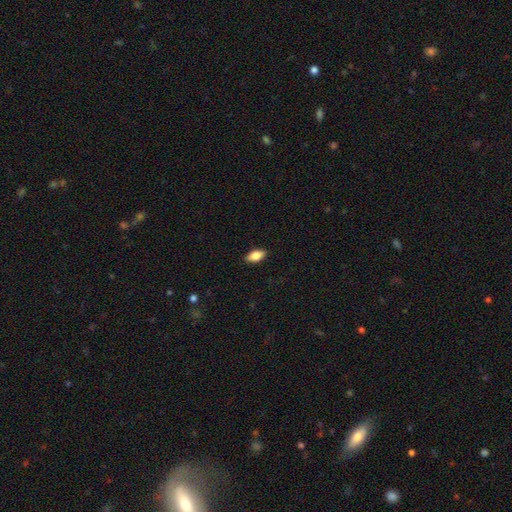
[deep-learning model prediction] smooth 80%, featured or disk 13%, star or artifact 7%. Down the decision tree: how rounded — in between (89%); merging — none (88%).